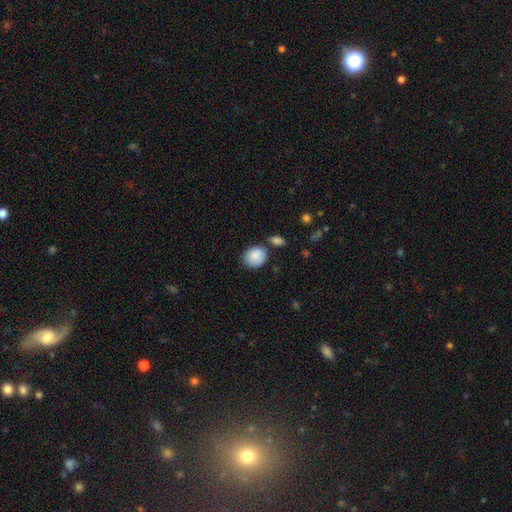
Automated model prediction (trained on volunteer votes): The model was most divided on "how rounded": round: 60%, in between: 39%, cigar-shaped: 1%. More confident: smooth or featured — smooth (88%); merging — none (65%).